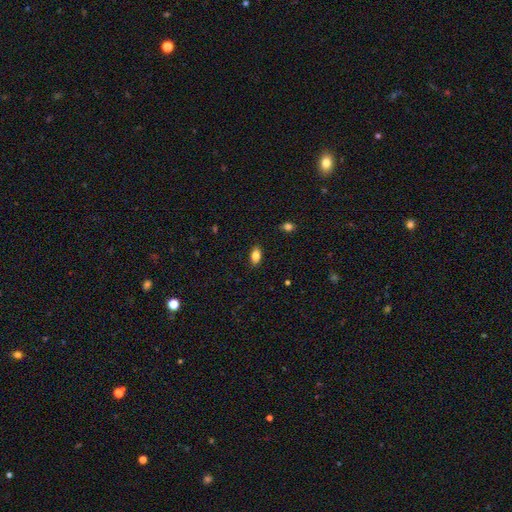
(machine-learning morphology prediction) This is clearly a smooth galaxy (84%). How rounded: clearly in between (89%). Merging: clearly none (87%).